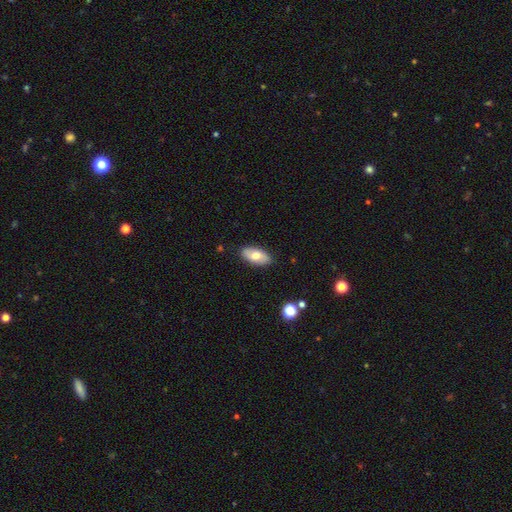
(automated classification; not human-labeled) A smooth galaxy with no disk features (68%) that is in between round and cigar-shaped (92%). Merging: none (86%).